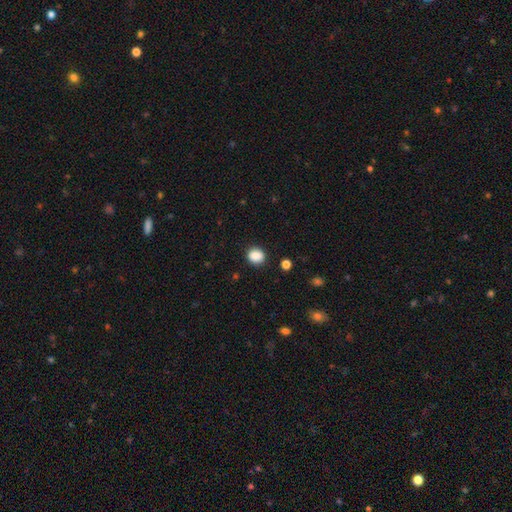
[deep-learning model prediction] Smooth or featured? smooth (87%)
How rounded? round (69%)
Merging? none (86%)